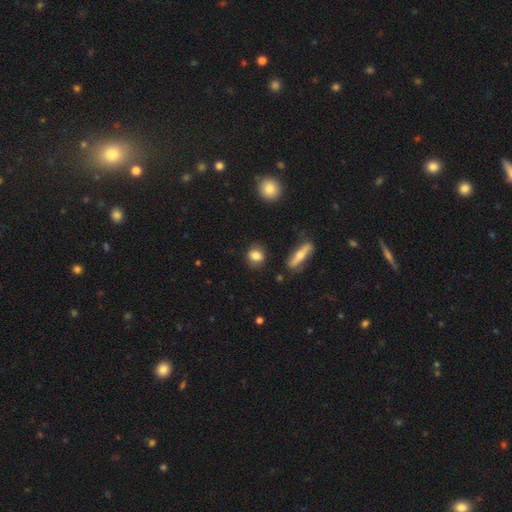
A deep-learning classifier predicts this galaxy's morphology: This is clearly a smooth galaxy (81%). How rounded: likely round (68%). Merging: clearly none (81%).